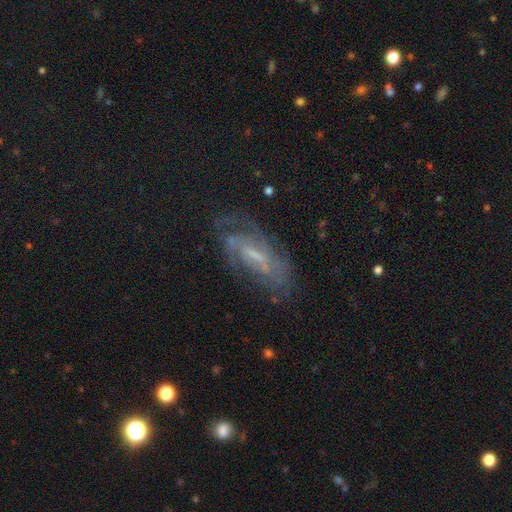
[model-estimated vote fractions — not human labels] Smooth or featured? Predicted: featured or disk (p=0.72). Edge-on disk? Predicted: no (p=0.88). Bar? Predicted: weak (p=0.47). Spiral arms? Predicted: yes (p=0.85). Spiral winding? Predicted: tight (p=0.45). Spiral arm count? Predicted: can't tell (p=0.43). Bulge size? Predicted: small (p=0.41). Merging? Predicted: none (p=0.64).